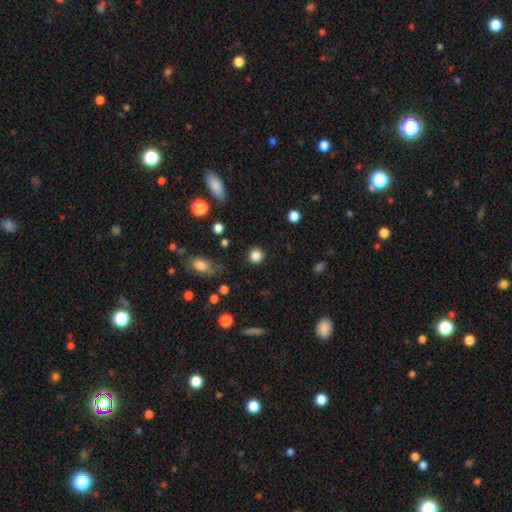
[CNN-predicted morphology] Smooth or featured? smooth (85%)
How rounded? round (91%)
Merging? none (89%)